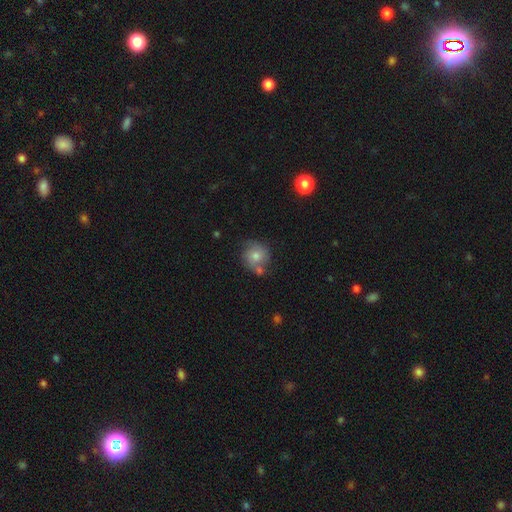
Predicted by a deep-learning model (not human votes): This is likely a smooth galaxy (65%). How rounded: clearly round (88%). Merging: likely none (62%).